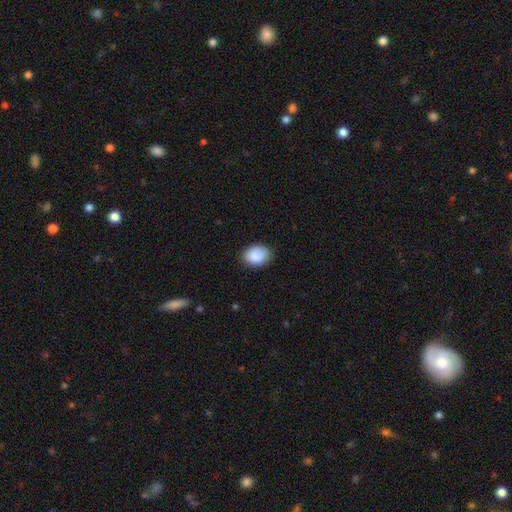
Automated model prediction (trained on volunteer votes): Smooth or featured? Predicted: smooth (p=0.85). How rounded? Predicted: in between (p=0.68). Merging? Predicted: none (p=0.77).